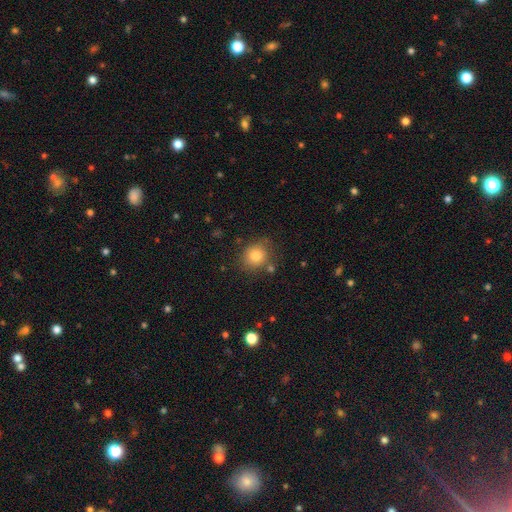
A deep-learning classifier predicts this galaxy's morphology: type=smooth (81%); roundness=round (79%); merging=none (78%).